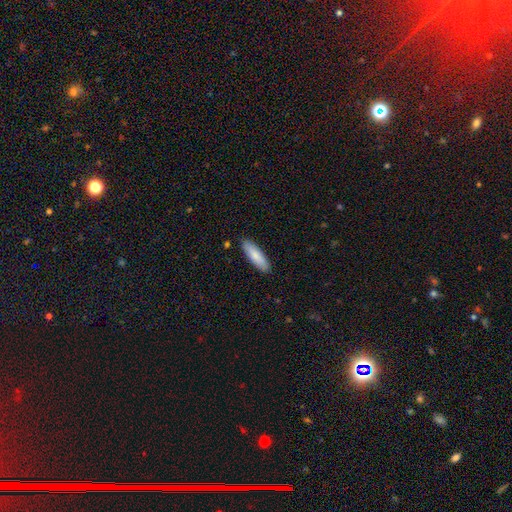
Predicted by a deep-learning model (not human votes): Smooth or featured? Predicted: smooth (p=0.83). How rounded? Predicted: cigar-shaped (p=0.61). Merging? Predicted: none (p=0.90).